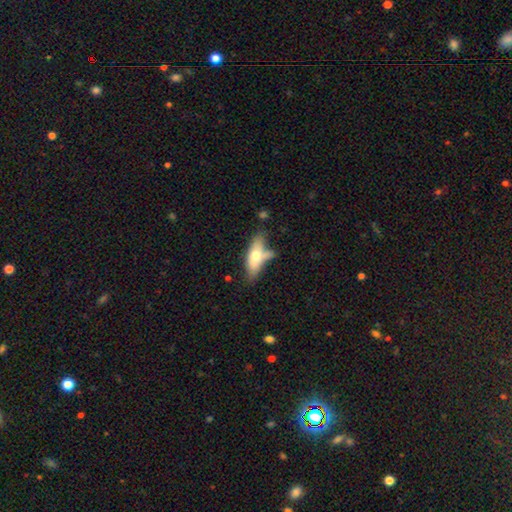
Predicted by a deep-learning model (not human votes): Smooth or featured: smooth — 62% (featured or disk — 32%)
How rounded: in between — 64% (cigar-shaped — 33%)
Merging: none — 46% (minor disturbance — 22%)